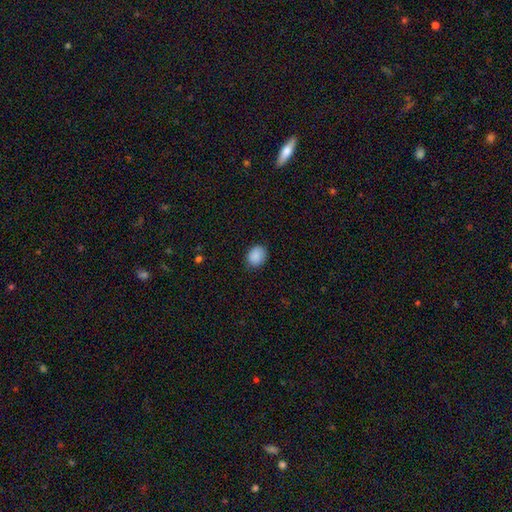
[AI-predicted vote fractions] smooth_or_featured: smooth (p=0.89) [alt: star or artifact p=0.08]
how_rounded: round (p=0.50) [alt: in between p=0.49]
merging: none (p=0.83) [alt: minor disturbance p=0.13]